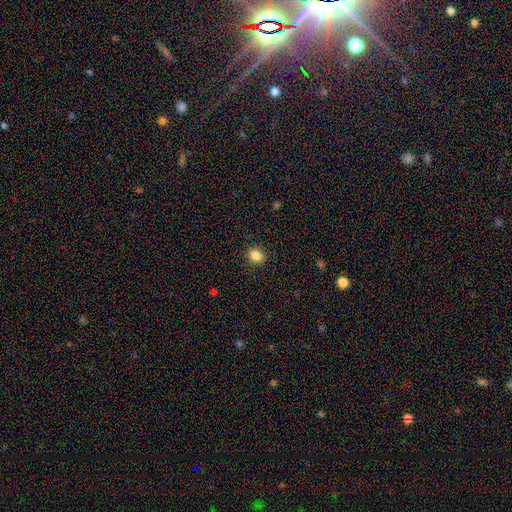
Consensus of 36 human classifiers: This appears to be a smooth galaxy with no disk features (94%) that is round (68%). Merging: none (97%).